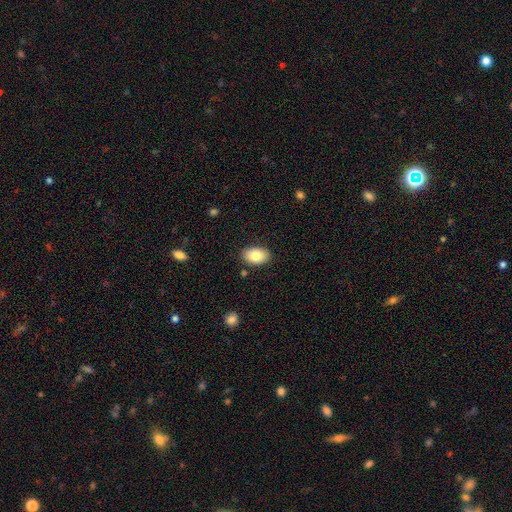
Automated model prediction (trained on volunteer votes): A smooth galaxy with no disk features (83%) that is in between round and cigar-shaped (88%). Merging: none (87%).